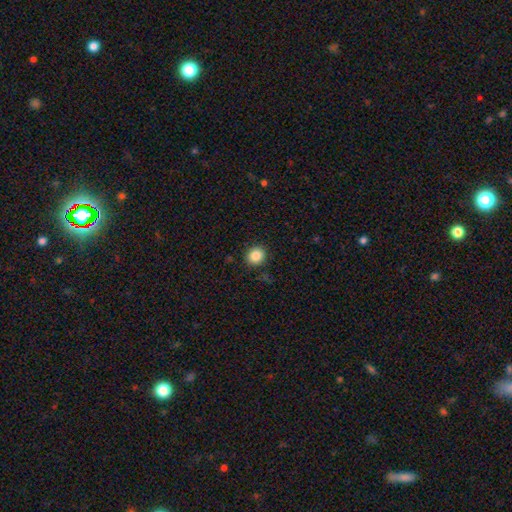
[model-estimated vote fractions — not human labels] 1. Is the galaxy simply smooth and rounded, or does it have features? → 85% smooth, 10% star or artifact, 5% featured or disk.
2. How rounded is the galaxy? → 82% round, 17% in between, 1% cigar-shaped.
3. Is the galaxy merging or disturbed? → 89% none, 7% minor disturbance, 2% major disturbance, 1% merger.